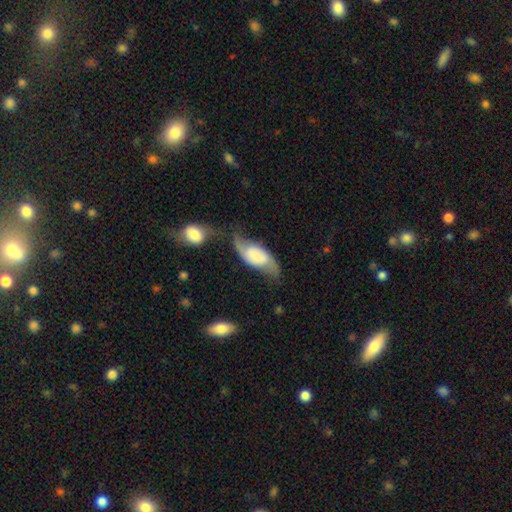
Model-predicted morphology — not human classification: A featured or disk galaxy (57%) with no bar (59%), spiral arms (87%) and a small central bulge (31%). Merging: none (40%).